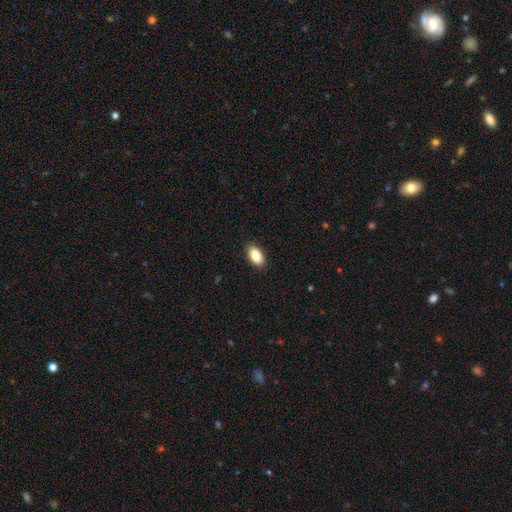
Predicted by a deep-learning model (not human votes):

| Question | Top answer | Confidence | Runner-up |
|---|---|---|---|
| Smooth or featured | smooth | 86% | star or artifact (7%) |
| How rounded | in between | 93% | round (4%) |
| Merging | none | 89% | minor disturbance (8%) |